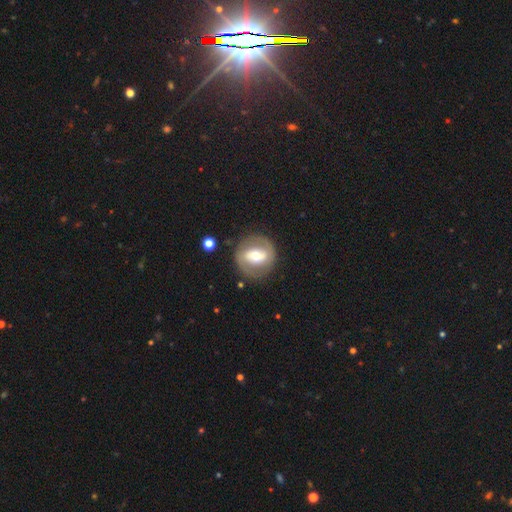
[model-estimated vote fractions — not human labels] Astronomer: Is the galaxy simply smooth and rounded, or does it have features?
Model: featured or disk — 70%.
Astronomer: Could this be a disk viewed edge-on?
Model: no — 96%.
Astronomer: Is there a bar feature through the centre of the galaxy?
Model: strong — 41% (runner-up: weak, 34%).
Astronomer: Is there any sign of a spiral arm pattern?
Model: yes — 71%.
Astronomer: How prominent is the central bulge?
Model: moderate — 66%.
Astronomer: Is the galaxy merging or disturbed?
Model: none — 83%.